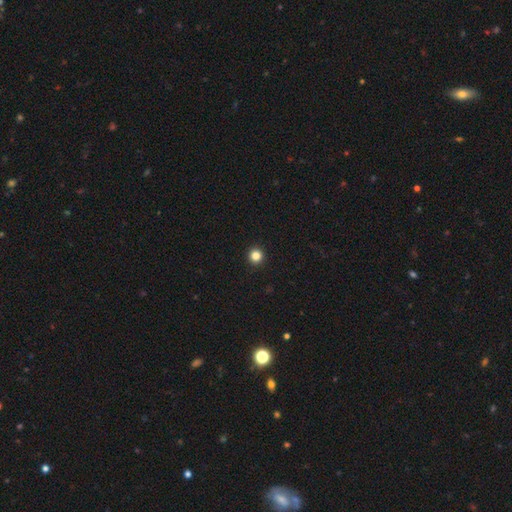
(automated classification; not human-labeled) Overall: smooth (84%). How rounded: round (96%). Merging: none (94%).